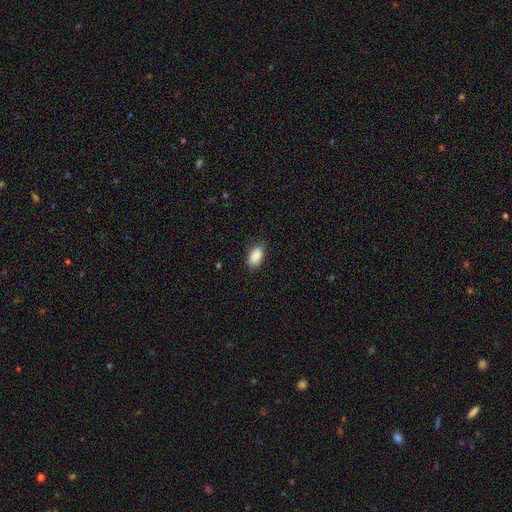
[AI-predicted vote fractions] A smooth galaxy with no disk features (90%) that is in between round and cigar-shaped (92%).

Vote fractions:
- Smooth or featured? smooth: 90% / star or artifact: 7% / featured or disk: 3%
- How rounded? in between: 92% / cigar-shaped: 5% / round: 4%
- Merging? none: 80% / minor disturbance: 15% / major disturbance: 3% / merger: 1%